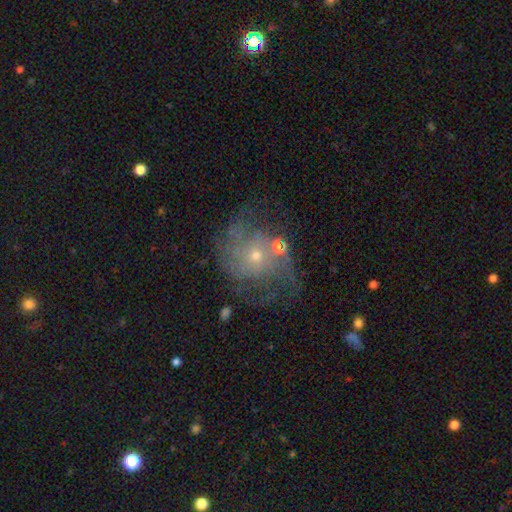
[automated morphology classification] Overall: featured or disk (72%). Edge-on disk: no (97%). Bar: no (80%). Spiral arms: yes (84%). Spiral arm count: 2 (39%; can't tell 27%). Spiral winding: medium (43%; loose 29%). Bulge size: small (74%). Merging: none (53%; major disturbance 22%).